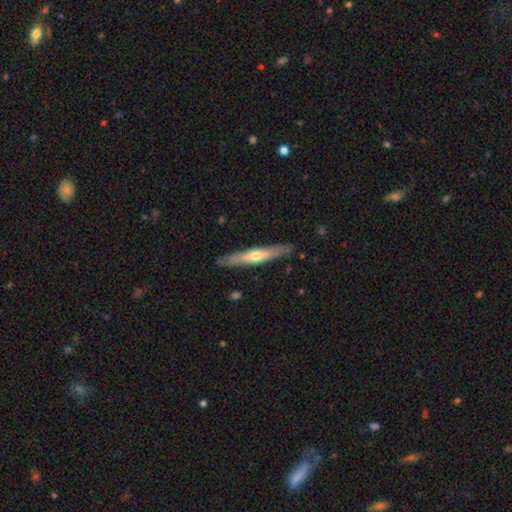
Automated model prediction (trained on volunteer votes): smooth_or_featured: featured or disk (p=0.58) [alt: smooth p=0.37]
disk_edge_on: yes (p=0.89) [alt: no p=0.11]
edge_on_bulge: rounded (p=0.82) [alt: none p=0.15]
merging: none (p=0.87) [alt: minor disturbance p=0.09]